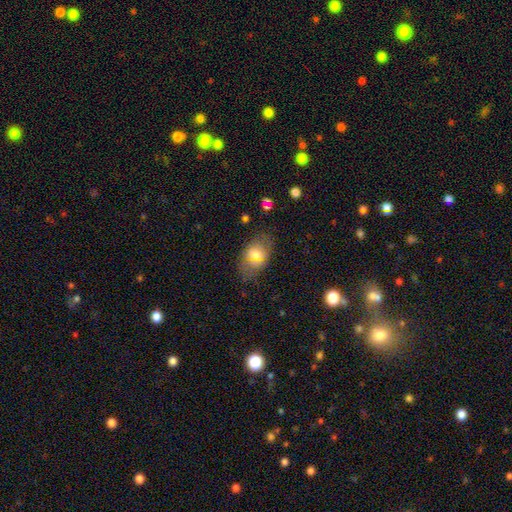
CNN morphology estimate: Smooth or featured? smooth (65%)
How rounded? in between (85%)
Merging? none (73%)